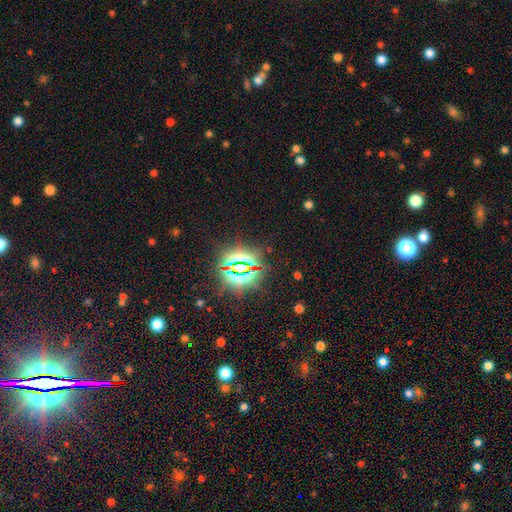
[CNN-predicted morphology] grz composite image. It shows a star or artifact, not a galaxy (82%).